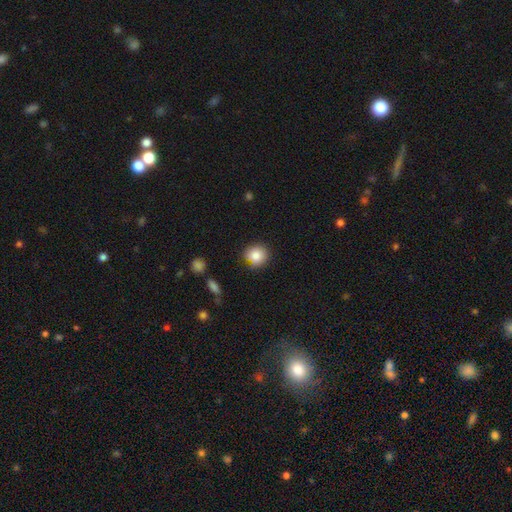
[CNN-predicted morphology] type=smooth (84%); roundness=round (83%); merging=none (73%).